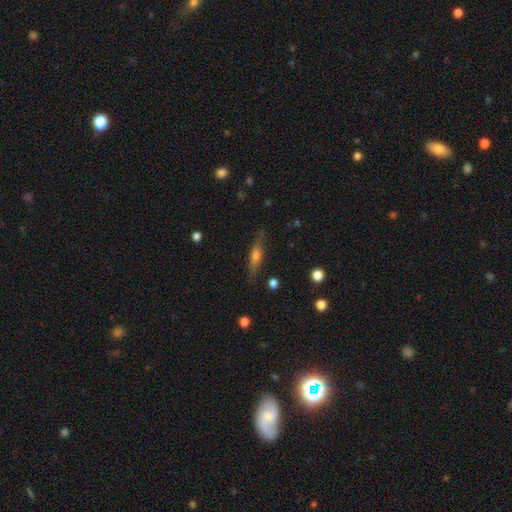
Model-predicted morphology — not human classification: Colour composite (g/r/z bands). It shows a featured or disk galaxy (48%). Merging: none (82%).